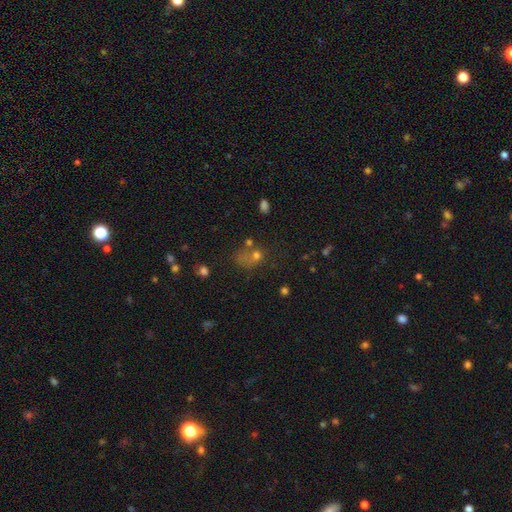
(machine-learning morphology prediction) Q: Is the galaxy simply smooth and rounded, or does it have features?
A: smooth — 55%.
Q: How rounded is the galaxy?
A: round — 62%.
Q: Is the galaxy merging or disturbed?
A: none — 38%.